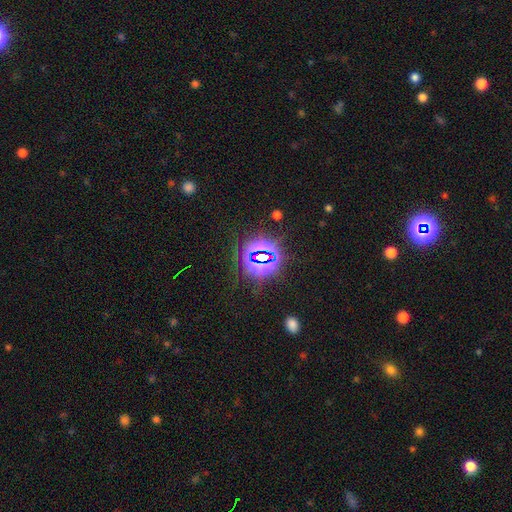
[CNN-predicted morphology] star or artifact 79%, smooth 12%, featured or disk 9%.